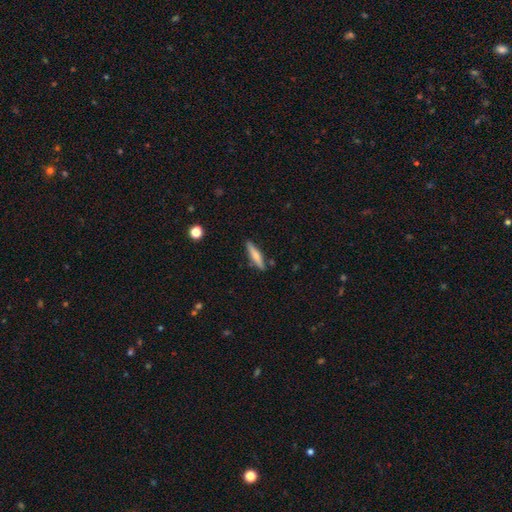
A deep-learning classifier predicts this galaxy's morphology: smooth 59%, featured or disk 35%, star or artifact 6%. Down the decision tree: how rounded — cigar-shaped (85%); merging — none (85%).